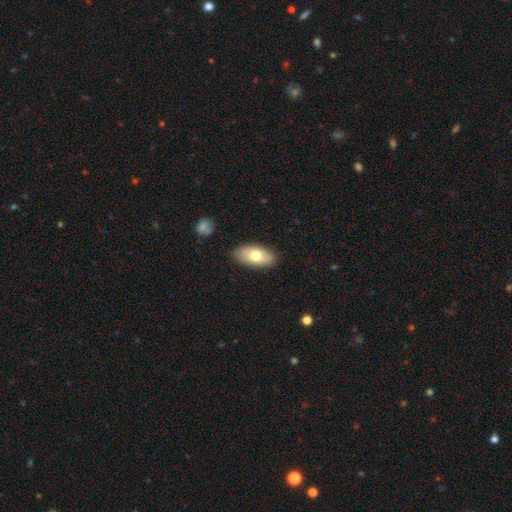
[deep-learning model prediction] Smooth or featured? smooth (72%)
How rounded? in between (92%)
Merging? none (85%)